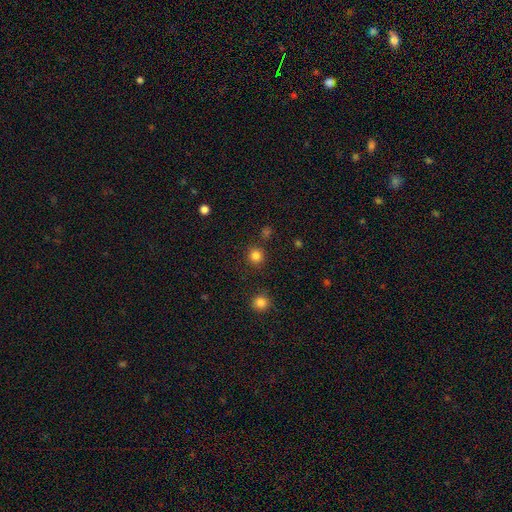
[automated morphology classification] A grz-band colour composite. It shows a smooth galaxy with no disk features (82%) that is round (93%). Merging: none (87%).